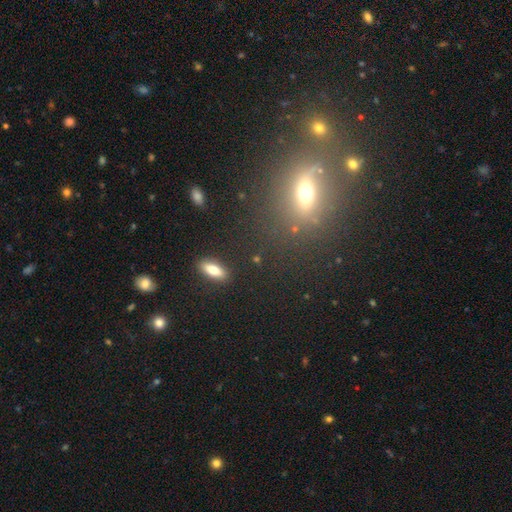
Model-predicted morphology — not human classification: smooth 43%, star or artifact 31%, featured or disk 26%. Down the decision tree: merging — none (75%).